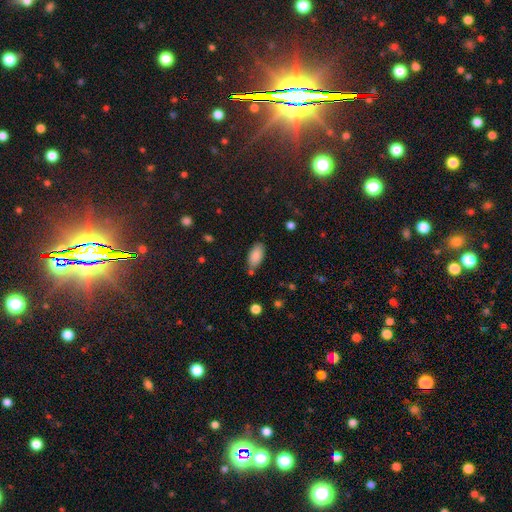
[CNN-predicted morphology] type=smooth (86%); roundness=in between (91%); merging=none (72%).